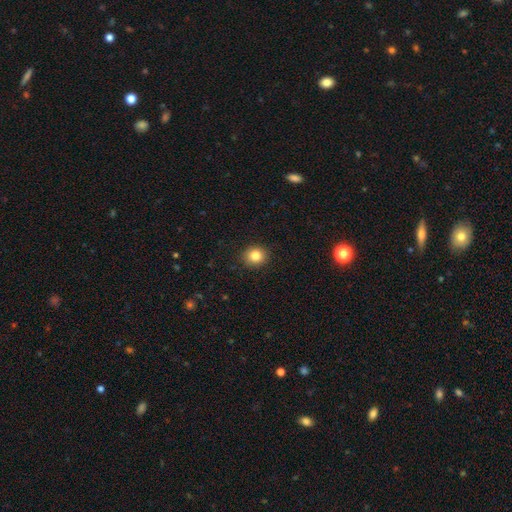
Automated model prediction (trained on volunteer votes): The model was most divided on "how rounded": round: 80%, in between: 19%, cigar-shaped: 1%. More confident: merging — none (91%); smooth or featured — smooth (83%).